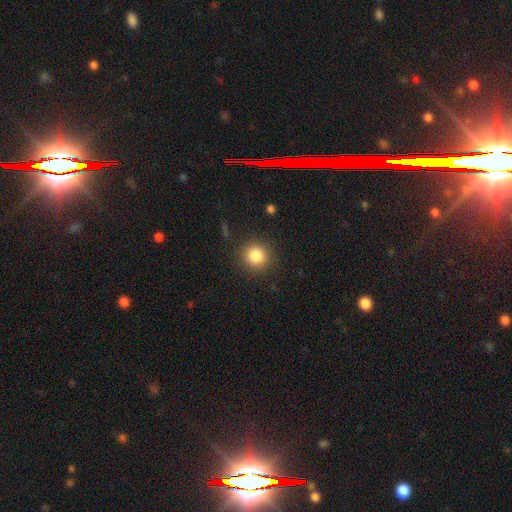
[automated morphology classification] This is clearly a smooth galaxy (85%). How rounded: clearly round (90%). Merging: clearly none (89%).